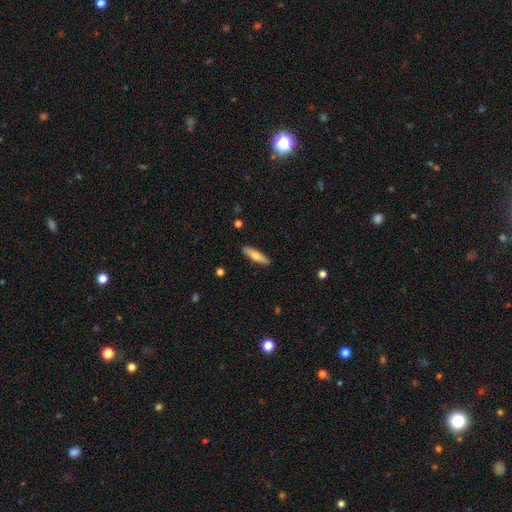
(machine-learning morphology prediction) Smooth or featured: smooth — 66% (featured or disk — 29%)
How rounded: cigar-shaped — 77% (in between — 22%)
Merging: none — 90% (minor disturbance — 7%)